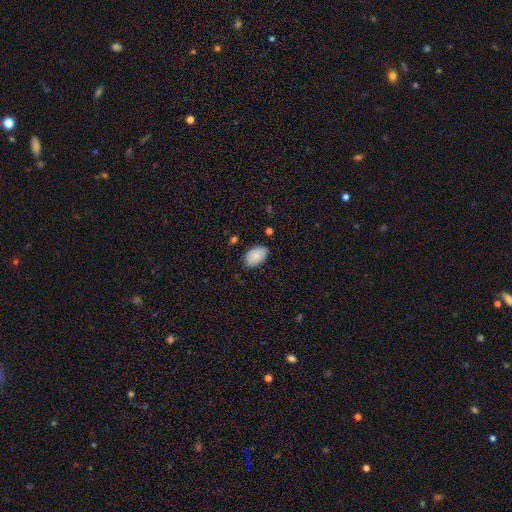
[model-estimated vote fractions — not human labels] A smooth galaxy with no disk features (88%) that is in between round and cigar-shaped (92%).

Vote fractions:
- Smooth or featured? smooth: 88% / star or artifact: 7% / featured or disk: 6%
- How rounded? in between: 92% / round: 6% / cigar-shaped: 1%
- Merging? none: 83% / minor disturbance: 14% / major disturbance: 2% / merger: 1%